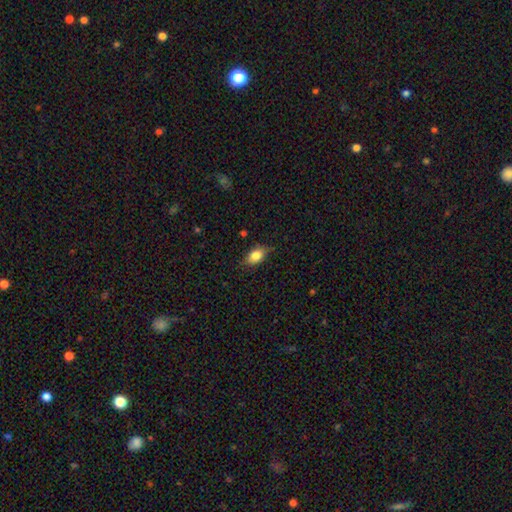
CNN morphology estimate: This is clearly a smooth galaxy (82%). How rounded: clearly in between (84%). Merging: likely none (75%).